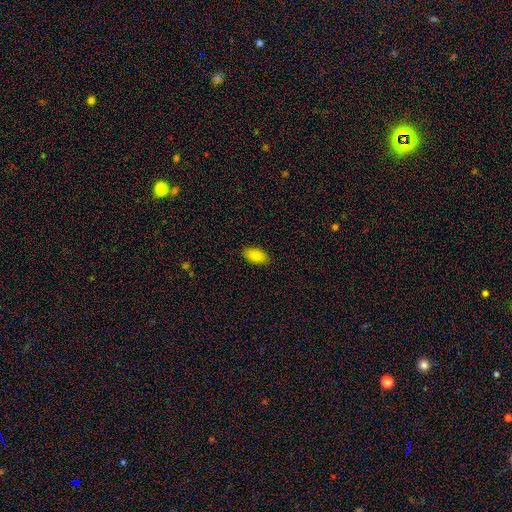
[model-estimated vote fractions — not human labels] This is clearly a smooth galaxy (88%). How rounded: clearly in between (94%). Merging: clearly none (86%).